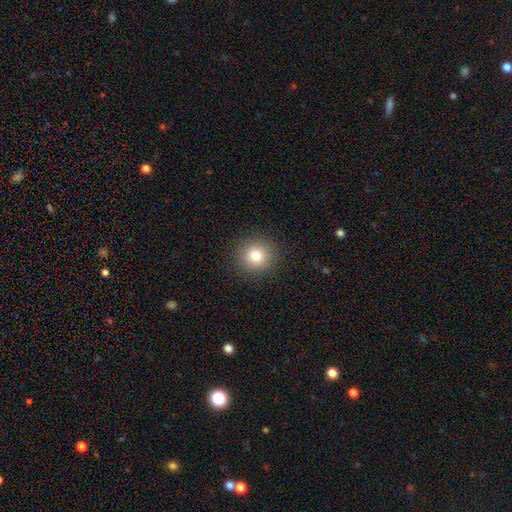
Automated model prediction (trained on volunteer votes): Morphology: type=smooth (80%); roundness=round (94%); merging=none (91%).